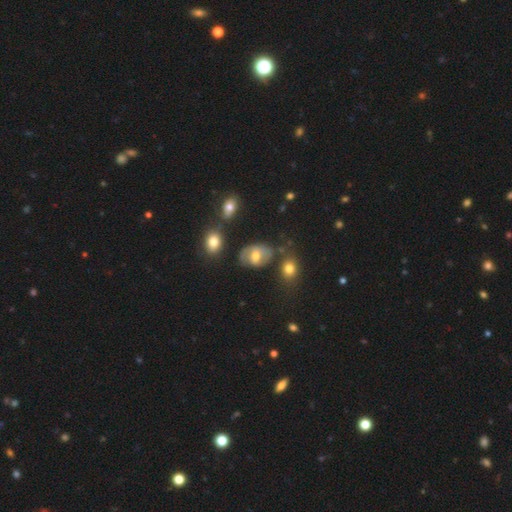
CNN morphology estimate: smooth 45% (tied), featured or disk 45% (tied), star or artifact 10%. Down the decision tree: merging — none (59%).